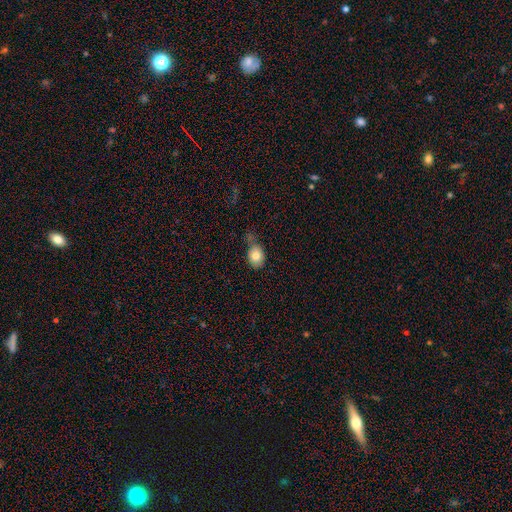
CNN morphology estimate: Smooth or featured? smooth (80%)
How rounded? in between (63%)
Merging? none (42%)